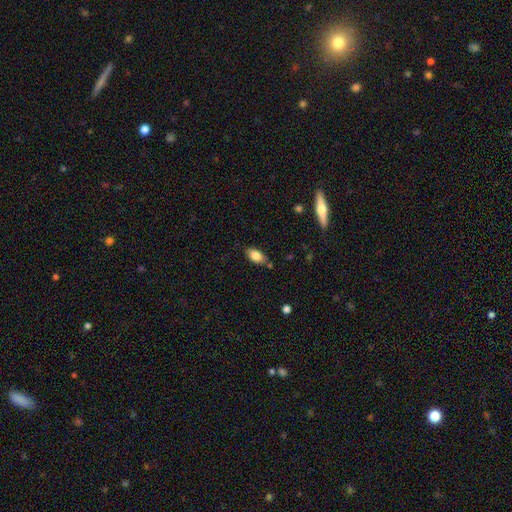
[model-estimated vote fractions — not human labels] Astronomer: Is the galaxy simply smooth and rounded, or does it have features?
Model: smooth — 81%.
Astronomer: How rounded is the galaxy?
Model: in between — 88%.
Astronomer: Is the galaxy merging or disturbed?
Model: none — 75%.